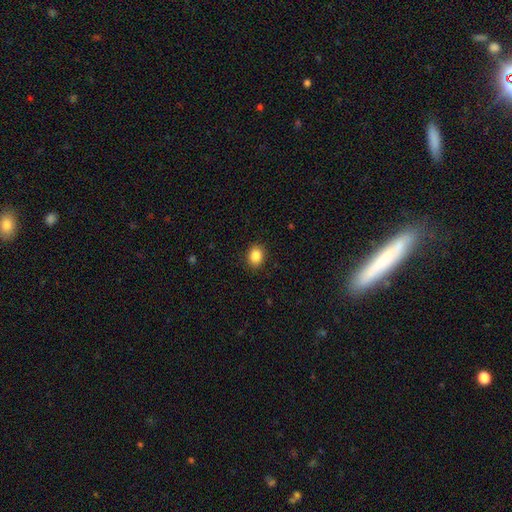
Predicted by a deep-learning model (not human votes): A smooth galaxy with no disk features (87%) that is in between round and cigar-shaped (50%).

Vote fractions:
- Smooth or featured? smooth: 87% / star or artifact: 9% / featured or disk: 4%
- How rounded? in between: 50% / round: 49% / cigar-shaped: 1%
- Merging? none: 88% / minor disturbance: 8% / major disturbance: 2% / merger: 1%